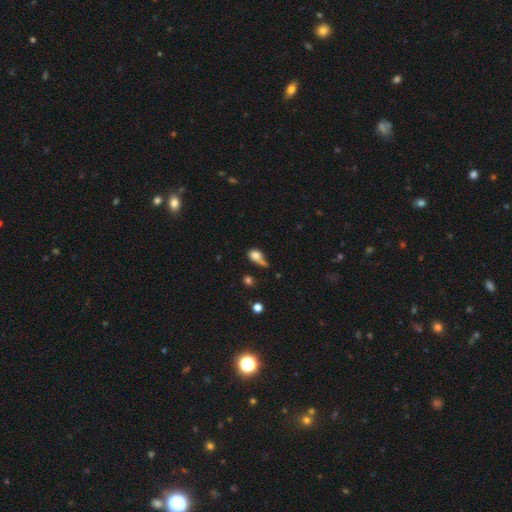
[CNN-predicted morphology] Smooth or featured? smooth (73%)
How rounded? in between (57%)
Merging? none (28%)